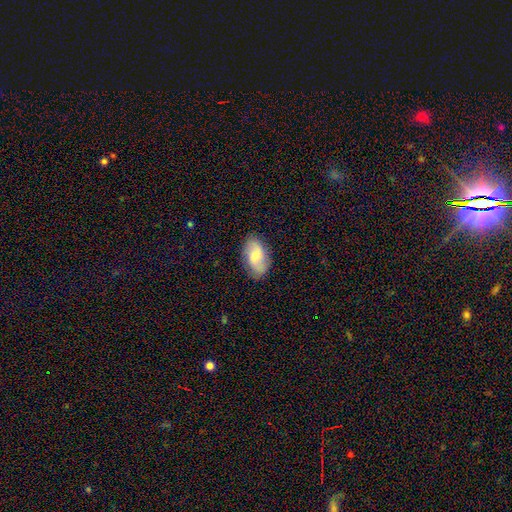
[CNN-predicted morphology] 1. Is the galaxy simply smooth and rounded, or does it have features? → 52% smooth, 41% featured or disk, 7% star or artifact.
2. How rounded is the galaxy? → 92% in between, 6% round, 2% cigar-shaped.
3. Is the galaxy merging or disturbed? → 82% none, 14% minor disturbance, 3% major disturbance, 1% merger.